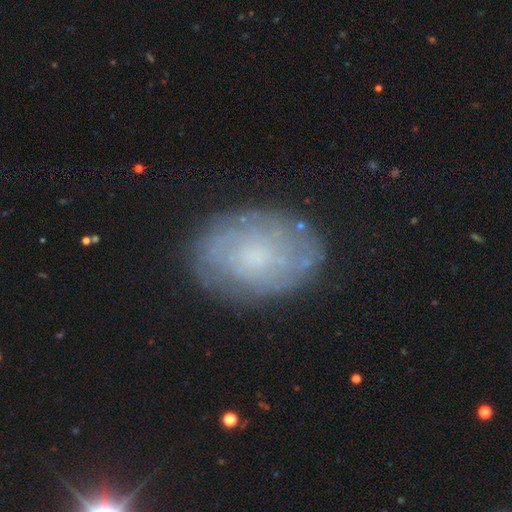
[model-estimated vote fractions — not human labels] A featured or disk galaxy (59%) with no bar (78%), spiral arms (72%) and a small central bulge (44%). Merging: none (79%).